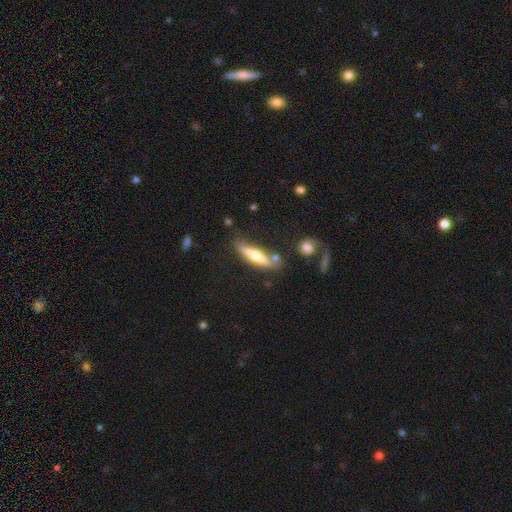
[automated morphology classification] Smooth or featured? featured or disk (52%)
Edge-on disk? yes (91%)
Merging? none (72%)